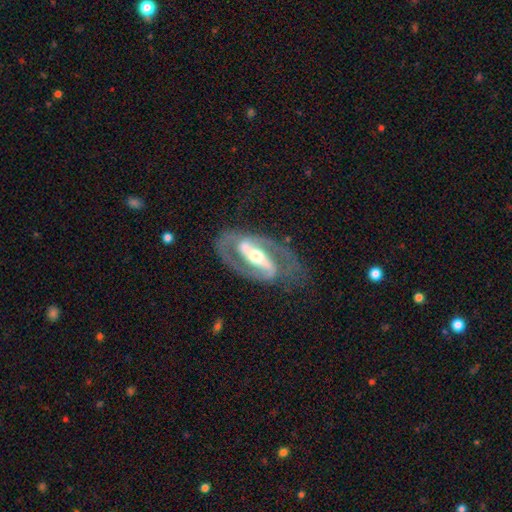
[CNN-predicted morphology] type=featured or disk (90%); edge-on=no (95%); bar=strong (68%); spiral arms=yes (94%); winding=medium (55%); arm count=2 (92%); bulge=moderate (66%); merging=none (68%).